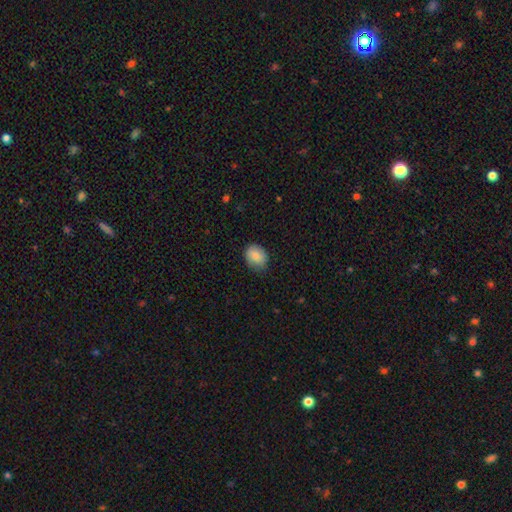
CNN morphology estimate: Q: Smooth or featured?
A: smooth (86%); runner-up: star or artifact (7%)
Q: How rounded?
A: in between (56%); runner-up: round (43%)
Q: Merging?
A: none (78%); runner-up: minor disturbance (18%)